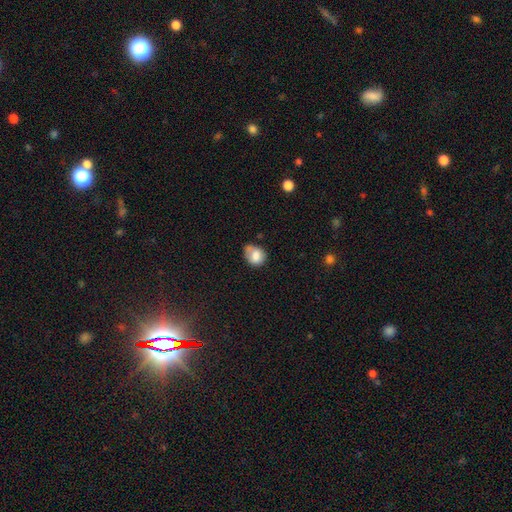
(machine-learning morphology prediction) smooth-or-featured: smooth: 77% | featured or disk: 14% | star or artifact: 9%
  how-rounded: round: 56% | in between: 43% | cigar-shaped: 1%
  merging: none: 46% | minor disturbance: 34% | major disturbance: 11% | merger: 10%